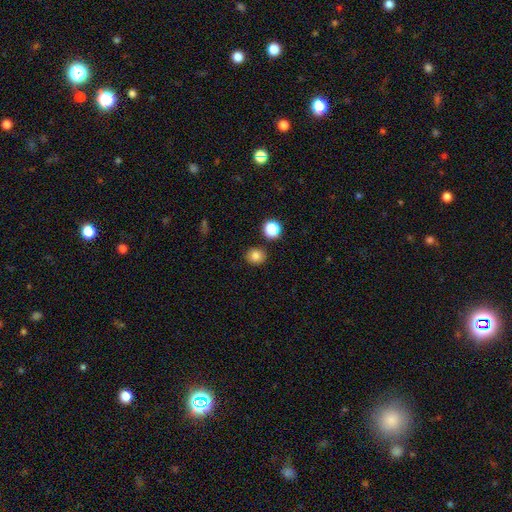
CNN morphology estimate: Smooth or featured?
  - smooth: 82% *
  - star or artifact: 12%
  - featured or disk: 6%
How rounded?
  - round: 79% *
  - in between: 20%
  - cigar-shaped: 1%
Merging?
  - none: 87% *
  - minor disturbance: 7%
  - merger: 4%
  - major disturbance: 2%